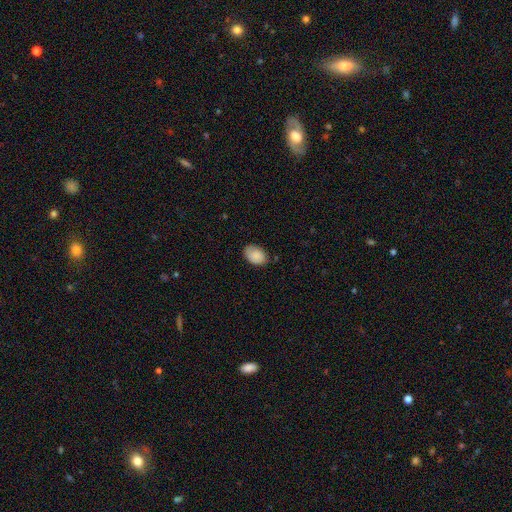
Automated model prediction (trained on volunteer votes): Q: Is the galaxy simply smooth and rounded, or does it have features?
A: smooth — 87%.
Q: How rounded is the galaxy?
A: in between — 84%.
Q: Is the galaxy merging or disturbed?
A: none — 77%.